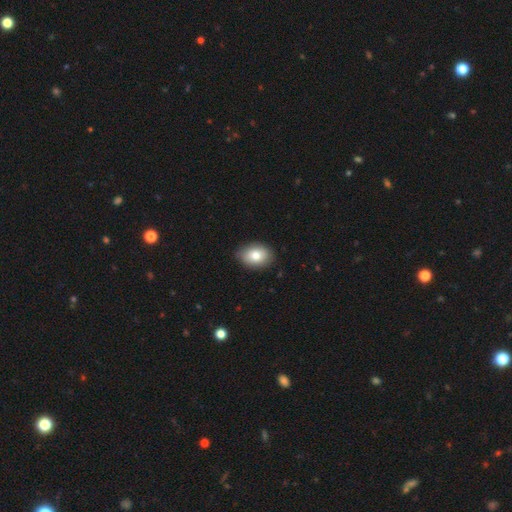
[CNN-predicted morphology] Smooth or featured? Predicted: smooth (p=0.80). How rounded? Predicted: in between (p=0.77). Merging? Predicted: none (p=0.85).